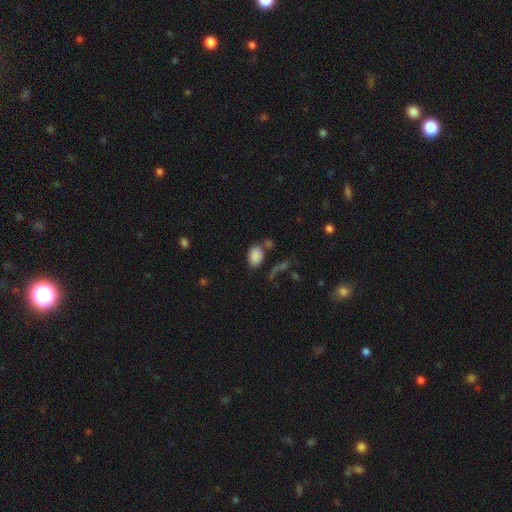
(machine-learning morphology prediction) The model was most divided on "merging": none: 56%, merger: 19%, minor disturbance: 17%, major disturbance: 9%. More confident: smooth or featured — smooth (83%); how rounded — in between (81%).